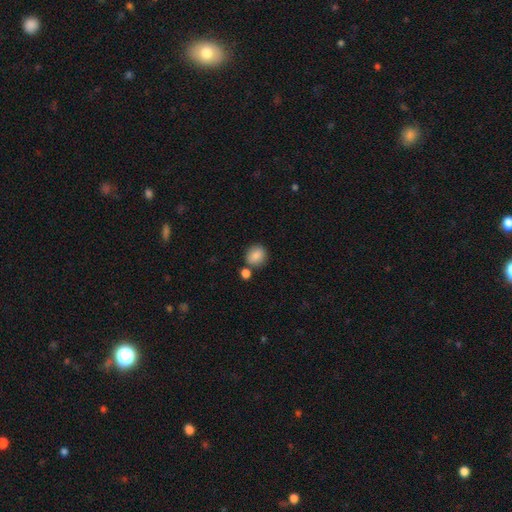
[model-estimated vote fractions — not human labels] Smooth or featured? smooth (86%)
How rounded? round (77%)
Merging? none (72%)